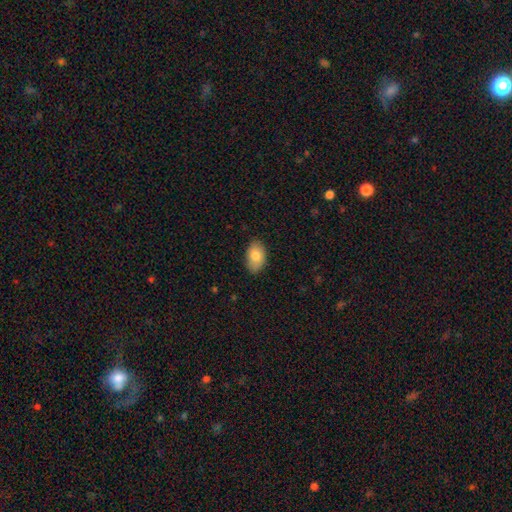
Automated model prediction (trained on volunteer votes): A smooth galaxy with no disk features (83%) that is in between round and cigar-shaped (91%).

Vote fractions:
- Smooth or featured? smooth: 83% / featured or disk: 10% / star or artifact: 7%
- How rounded? in between: 91% / round: 8% / cigar-shaped: 1%
- Merging? none: 84% / minor disturbance: 13% / major disturbance: 2% / merger: 1%